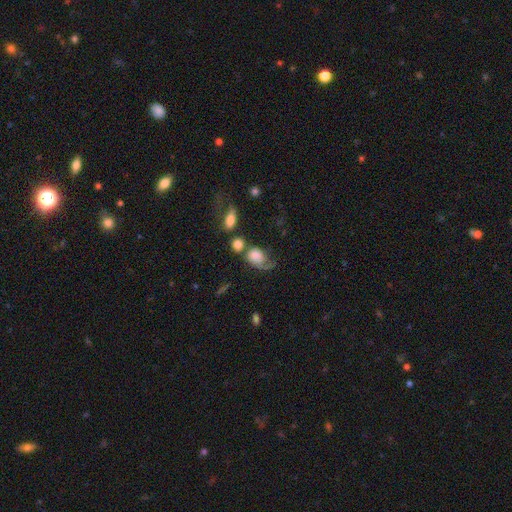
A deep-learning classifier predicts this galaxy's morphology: Smooth or featured? smooth (58%)
How rounded? in between (55%)
Merging? major disturbance (37%)